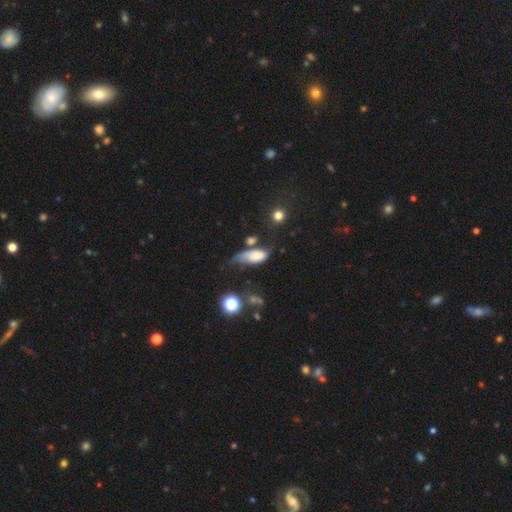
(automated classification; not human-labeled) Overall: smooth (65%; featured or disk 26%). How rounded: in between (80%). Merging: major disturbance (34%; minor disturbance 29%).